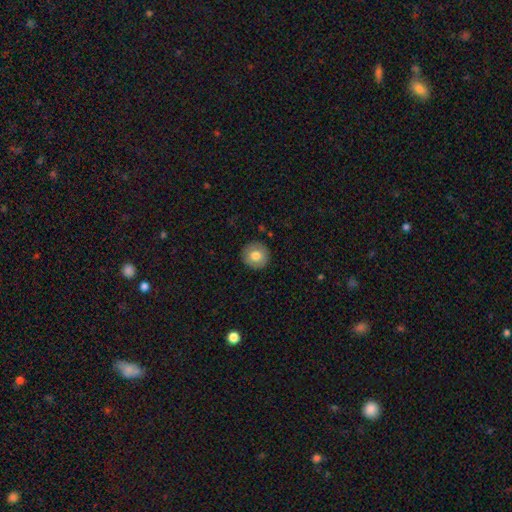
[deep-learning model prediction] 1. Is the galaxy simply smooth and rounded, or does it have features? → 77% smooth, 14% featured or disk, 8% star or artifact.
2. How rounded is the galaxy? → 95% round, 4% in between, 1% cigar-shaped.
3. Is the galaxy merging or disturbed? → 91% none, 6% minor disturbance, 2% major disturbance, 1% merger.